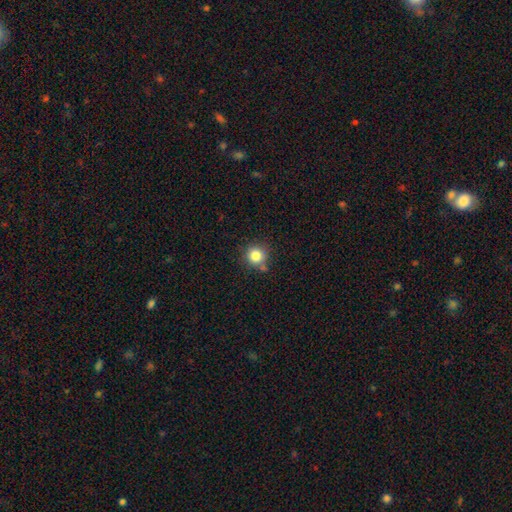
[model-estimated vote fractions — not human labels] Smooth or featured: smooth — 82% (star or artifact — 11%)
How rounded: round — 92% (in between — 7%)
Merging: none — 75% (minor disturbance — 13%)